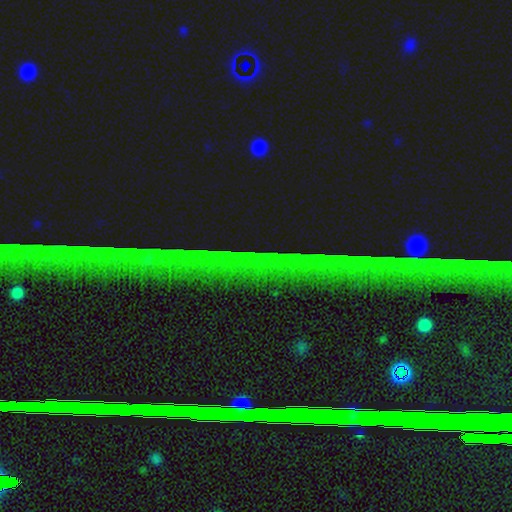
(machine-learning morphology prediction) smooth_or_featured: star or artifact (p=0.83) [alt: featured or disk p=0.10]